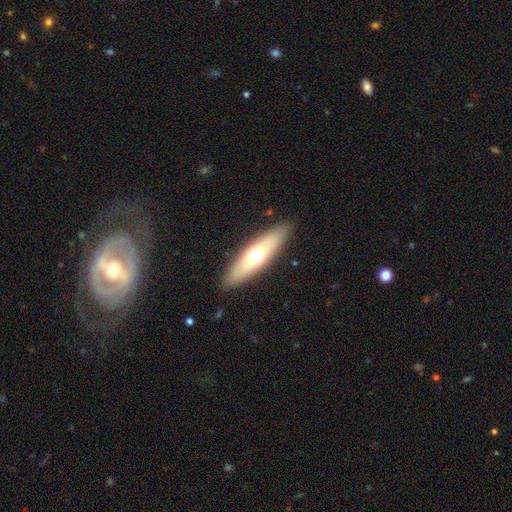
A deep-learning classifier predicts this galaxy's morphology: smooth-or-featured: smooth: 57% | featured or disk: 38% | star or artifact: 5%
  how-rounded: cigar-shaped: 65% | in between: 33% | round: 2%
  merging: none: 89% | minor disturbance: 8% | major disturbance: 2% | merger: 1%